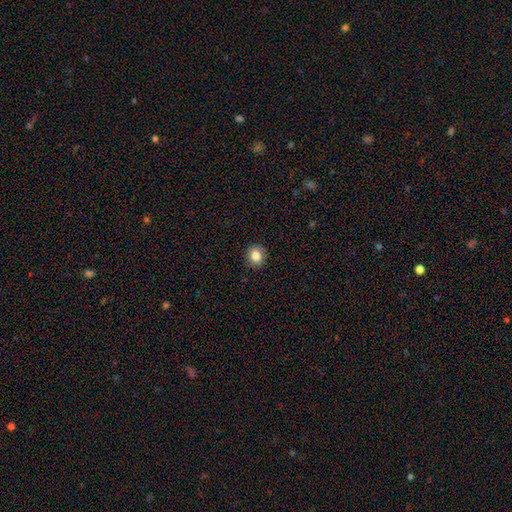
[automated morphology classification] smooth-or-featured: smooth: 84% | star or artifact: 10% | featured or disk: 7%
  how-rounded: round: 72% | in between: 27% | cigar-shaped: 1%
  merging: none: 90% | minor disturbance: 7% | major disturbance: 2% | merger: 1%